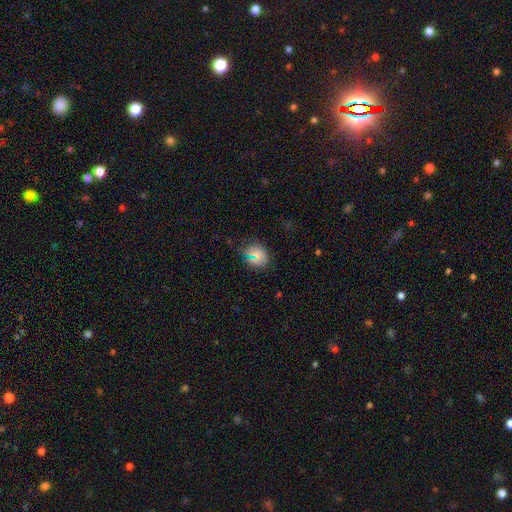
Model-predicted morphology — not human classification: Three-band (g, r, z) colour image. It shows a smooth galaxy with no disk features (70%) that is round (55%). Merging: none (82%).